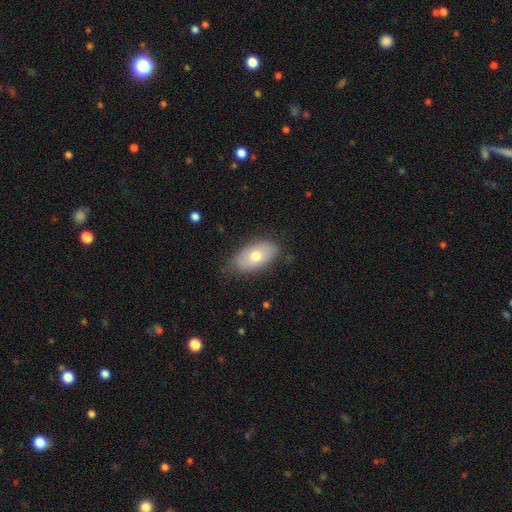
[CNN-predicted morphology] The model was most divided on "smooth or featured": smooth: 69%, featured or disk: 24%, star or artifact: 7%. More confident: how rounded — in between (93%); merging — none (78%).